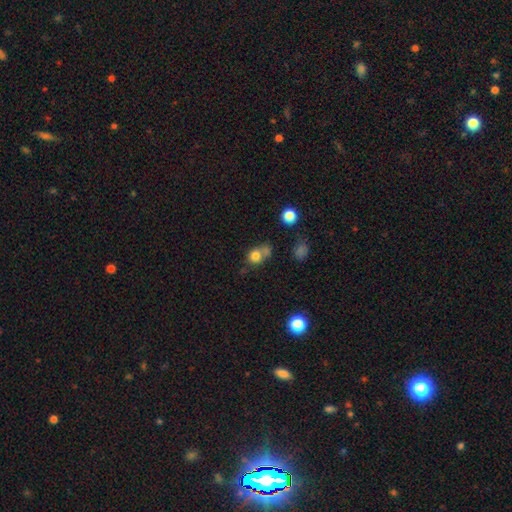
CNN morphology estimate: smooth_or_featured: smooth (p=0.77) [alt: star or artifact p=0.13]
how_rounded: round (p=0.72) [alt: in between p=0.26]
merging: none (p=0.42) [alt: merger p=0.36]